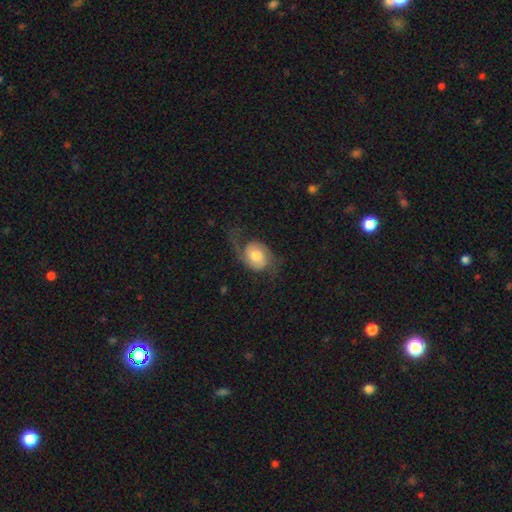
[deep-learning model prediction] A featured or disk galaxy (65%) with no bar (69%), 2 (76%) loose (48%) spiral arms (91%) and a moderate central bulge (57%).

Vote fractions:
- Smooth or featured? featured or disk: 65% / smooth: 28% / star or artifact: 7%
- Edge-on disk? no: 97% / yes: 3%
- Bar? no: 69% / weak: 26% / strong: 5%
- Spiral arms? yes: 91% / no: 9%
- Spiral winding? loose: 48% / medium: 36% / tight: 16%
- Spiral arm count? 2: 76% / 1: 16% / can't tell: 5% / 3: 1% / 4: 1% / more than 4: 1%
- Bulge size? moderate: 57% / large: 19% / small: 17% / dominant: 4% / none: 3%
- Merging? none: 52% / major disturbance: 24% / minor disturbance: 22% / merger: 2%